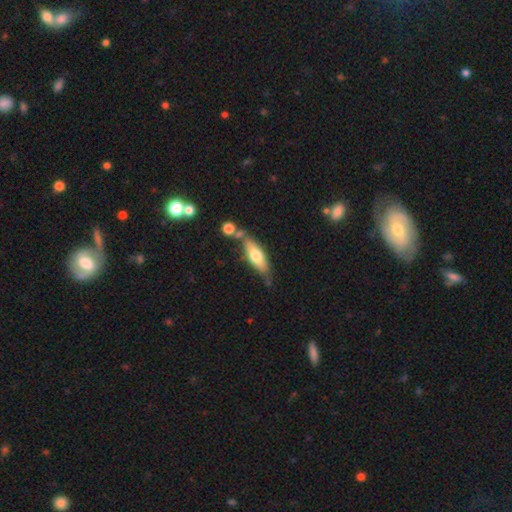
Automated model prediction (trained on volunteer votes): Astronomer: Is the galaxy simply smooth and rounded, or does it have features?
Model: smooth — 60%.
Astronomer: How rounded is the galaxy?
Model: in between — 51% (runner-up: cigar-shaped, 47%).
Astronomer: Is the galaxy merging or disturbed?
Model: none — 59%.